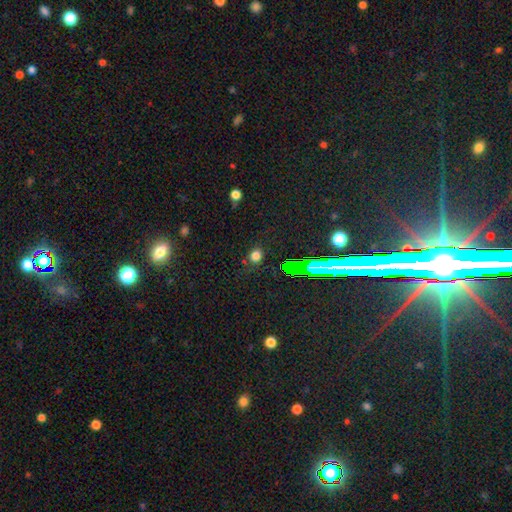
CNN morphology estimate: Smooth or featured?
  - smooth: 73% *
  - star or artifact: 21%
  - featured or disk: 6%
How rounded?
  - round: 72% *
  - in between: 26%
  - cigar-shaped: 2%
Merging?
  - none: 80% *
  - minor disturbance: 13%
  - major disturbance: 5%
  - merger: 2%